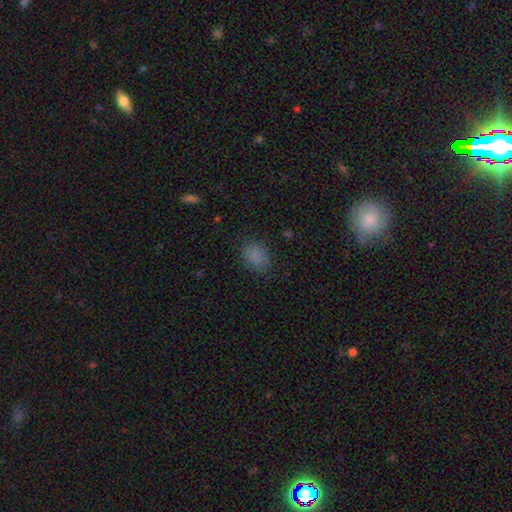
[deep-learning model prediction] Overall: smooth (83%). How rounded: in between (70%). Merging: none (80%).